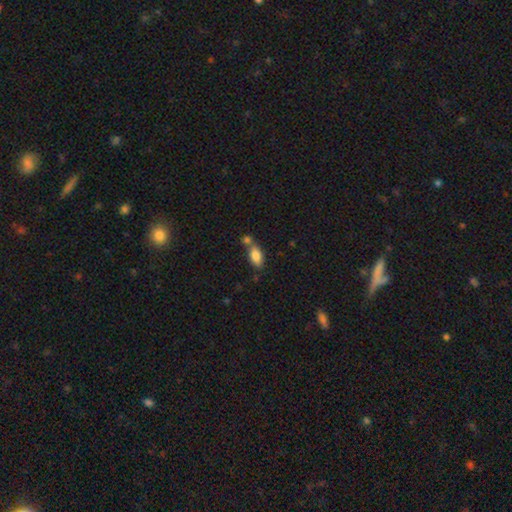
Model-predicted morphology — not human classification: Overall: smooth (81%). How rounded: in between (86%). Merging: none (50%; merger 33%).